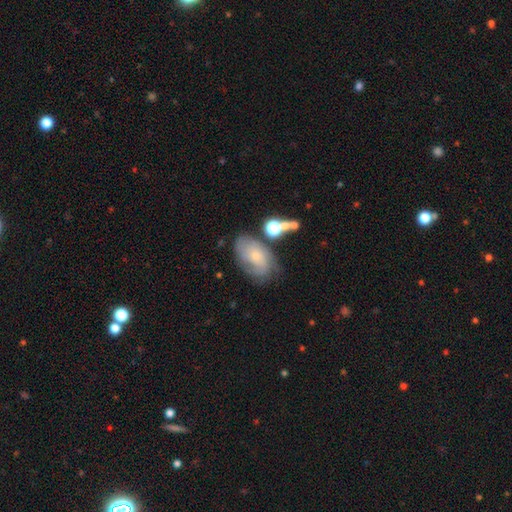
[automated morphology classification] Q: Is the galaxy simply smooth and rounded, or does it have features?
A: featured or disk — 47%.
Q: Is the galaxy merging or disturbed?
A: none — 53%.